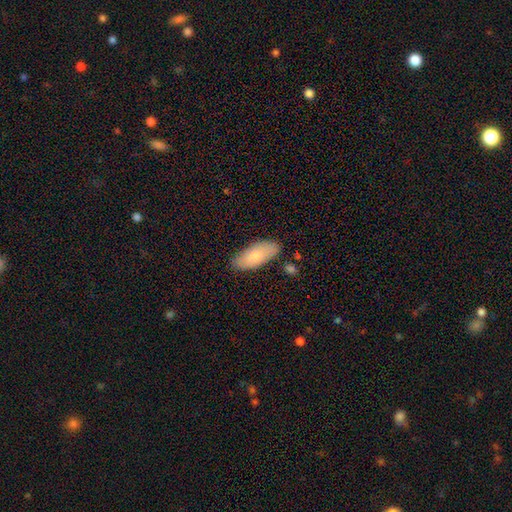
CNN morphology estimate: Q: Smooth or featured?
A: smooth (81%); runner-up: featured or disk (14%)
Q: How rounded?
A: in between (87%); runner-up: cigar-shaped (12%)
Q: Merging?
A: none (82%); runner-up: minor disturbance (13%)